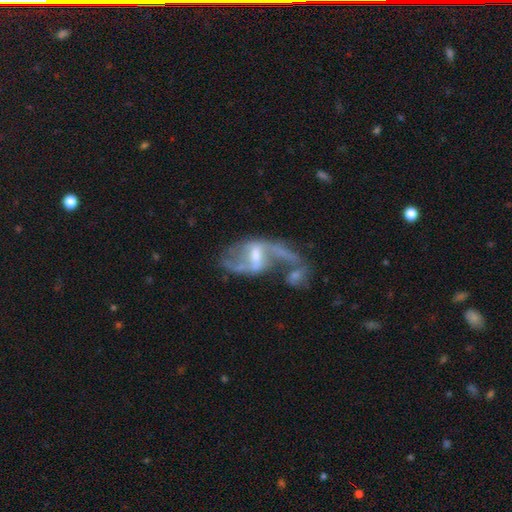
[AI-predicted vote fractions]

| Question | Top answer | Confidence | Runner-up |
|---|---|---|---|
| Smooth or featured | featured or disk | 85% | smooth (9%) |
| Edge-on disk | no | 96% | yes (4%) |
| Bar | weak | 53% | strong (32%) |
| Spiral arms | yes | 88% | no (12%) |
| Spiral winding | loose | 71% | medium (24%) |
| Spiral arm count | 2 | 82% | 1 (7%) |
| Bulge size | moderate | 46% | small (38%) |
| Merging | merger | 32% | none (27%) |